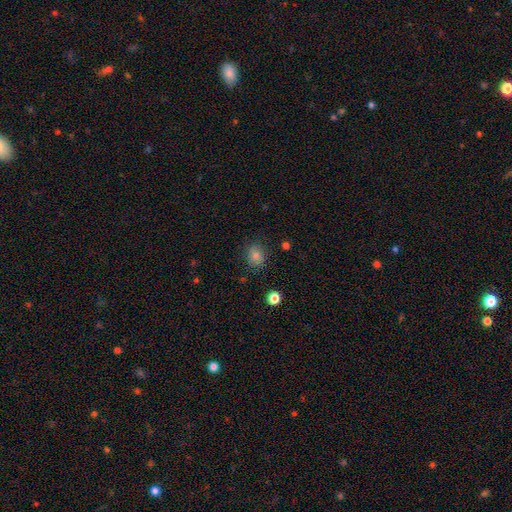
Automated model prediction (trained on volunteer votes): Smooth or featured: smooth — 79% (star or artifact — 14%)
How rounded: round — 65% (in between — 34%)
Merging: none — 85% (minor disturbance — 10%)